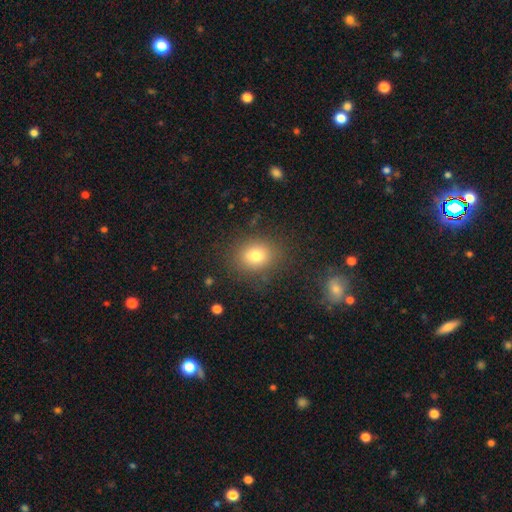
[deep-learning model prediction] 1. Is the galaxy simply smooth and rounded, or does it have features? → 78% smooth, 13% star or artifact, 10% featured or disk.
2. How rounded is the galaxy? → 63% round, 36% in between, 1% cigar-shaped.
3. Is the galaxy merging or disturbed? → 83% none, 11% minor disturbance, 4% major disturbance, 2% merger.